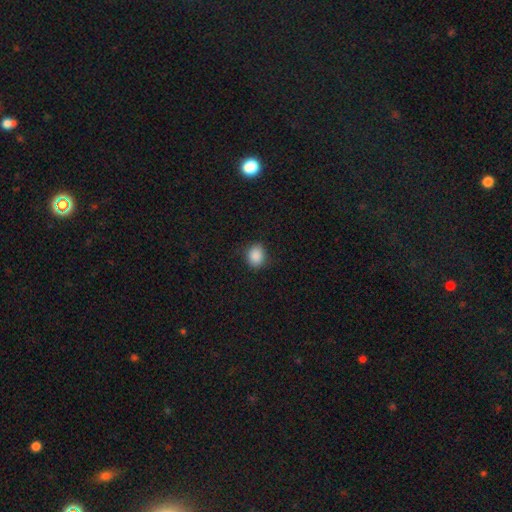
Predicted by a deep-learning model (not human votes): Smooth or featured: smooth — 88% (star or artifact — 9%)
How rounded: round — 62% (in between — 37%)
Merging: none — 84% (minor disturbance — 12%)